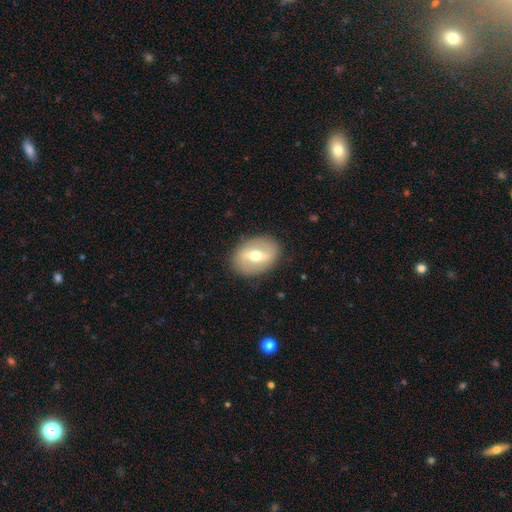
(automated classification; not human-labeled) Morphology: type=featured or disk (58%); edge-on=no (85%); merging=none (87%).